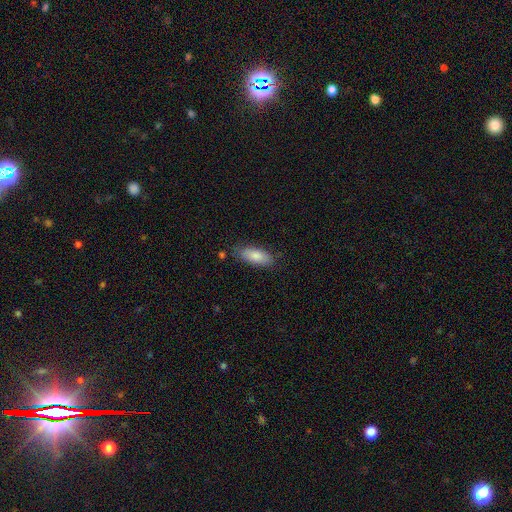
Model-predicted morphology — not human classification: type=smooth (83%); roundness=in between (81%); merging=none (79%).